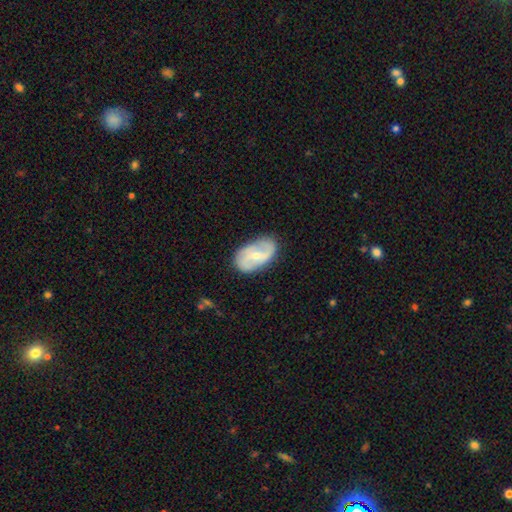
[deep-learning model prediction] The model was most divided on "spiral winding": medium: 42%, loose: 34%, tight: 24%. Remaining: edge-on disk — no (96%); spiral arms — yes (84%); spiral arm count — 2 (73%); merging — none (73%); smooth or featured — featured or disk (68%); bulge size — small (59%); bar — weak (50%).